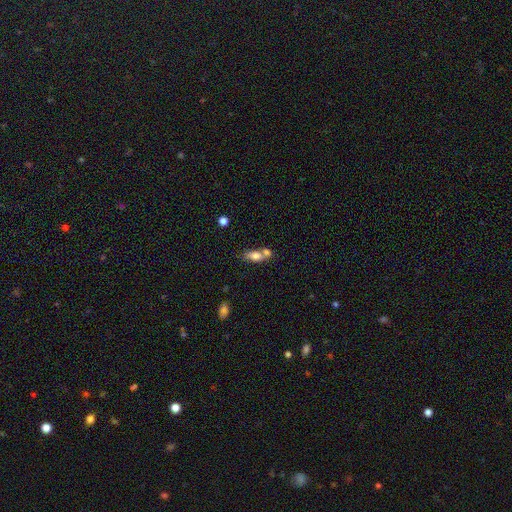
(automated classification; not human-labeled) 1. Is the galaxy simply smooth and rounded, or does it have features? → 70% smooth, 22% featured or disk, 8% star or artifact.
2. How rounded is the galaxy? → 74% in between, 17% cigar-shaped, 8% round.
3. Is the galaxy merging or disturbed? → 45% merger, 39% none, 12% minor disturbance, 5% major disturbance.